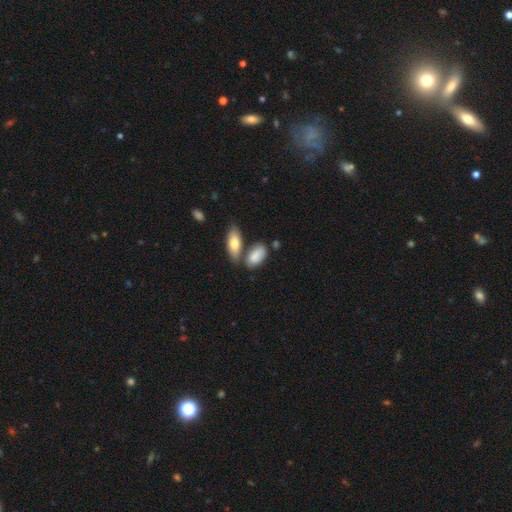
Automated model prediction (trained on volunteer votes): smooth-or-featured: smooth: 82% | featured or disk: 12% | star or artifact: 6%
  how-rounded: in between: 88% | cigar-shaped: 9% | round: 4%
  merging: none: 51% | merger: 27% | minor disturbance: 17% | major disturbance: 5%